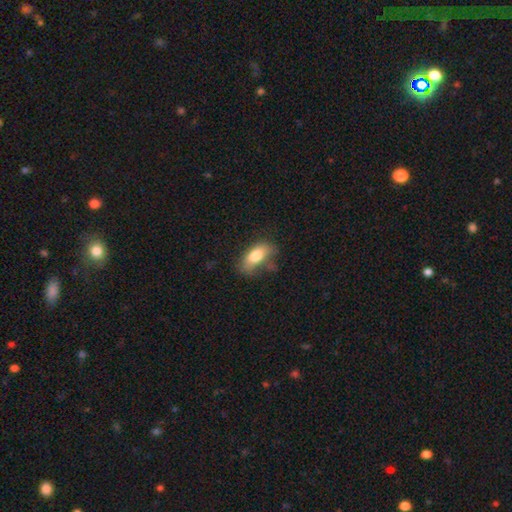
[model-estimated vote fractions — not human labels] A smooth galaxy with no disk features (76%) that is in between round and cigar-shaped (86%). Merging: none (44%).